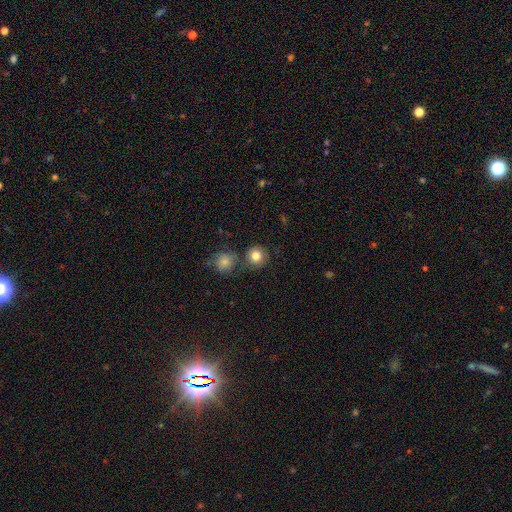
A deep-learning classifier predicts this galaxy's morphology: Smooth or featured? smooth (83%)
How rounded? round (91%)
Merging? none (70%)